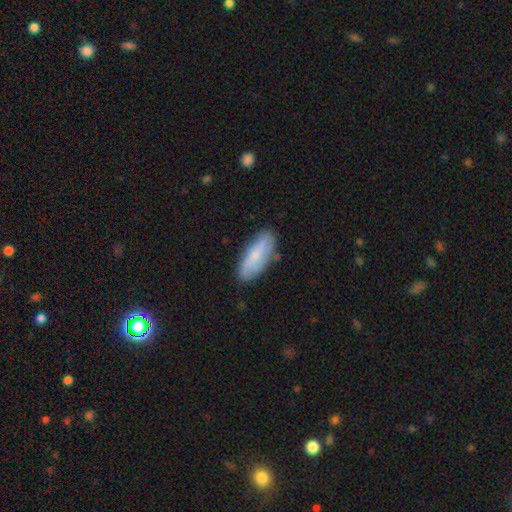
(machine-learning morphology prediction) Smooth or featured? Predicted: smooth (p=0.60). How rounded? Predicted: in between (p=0.72). Merging? Predicted: none (p=0.80).